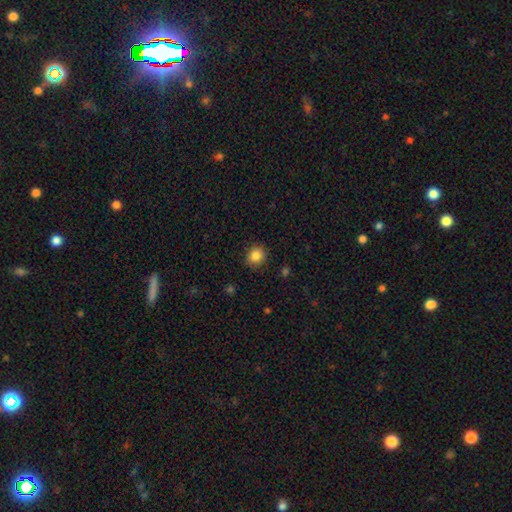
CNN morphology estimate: type=smooth (86%); roundness=round (81%); merging=none (90%).